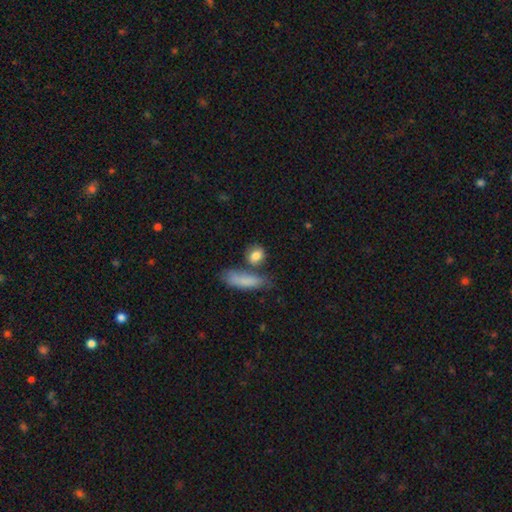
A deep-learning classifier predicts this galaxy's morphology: Smooth or featured: smooth — 83% (featured or disk — 10%)
How rounded: in between — 46% (round — 42%)
Merging: none — 60% (merger — 19%)